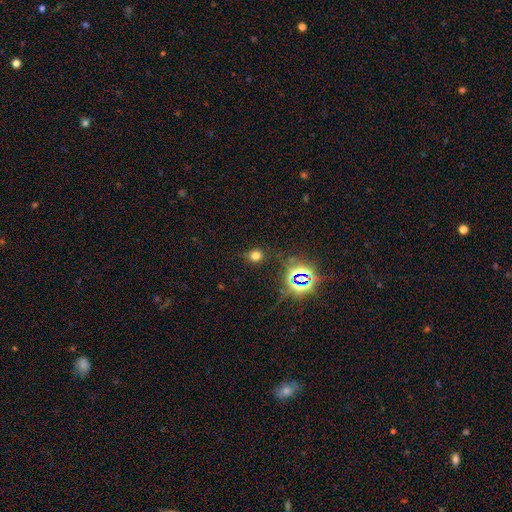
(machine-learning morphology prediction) This appears to be a smooth galaxy with no disk features (63%) that is round (75%). Merging: none (81%).